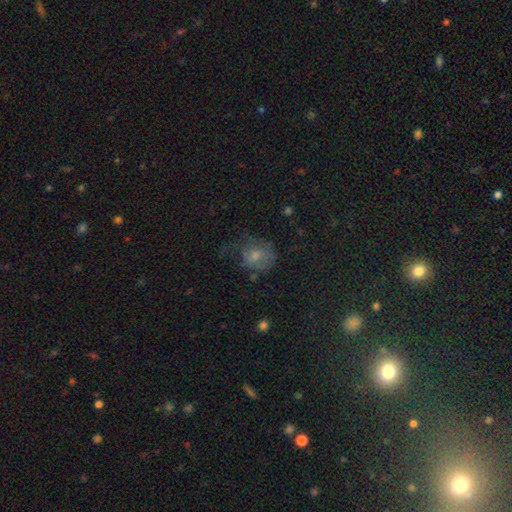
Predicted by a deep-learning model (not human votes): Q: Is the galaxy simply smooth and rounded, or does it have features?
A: smooth — 59%.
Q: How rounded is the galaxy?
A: round — 62%.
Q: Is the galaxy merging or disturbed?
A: none — 40%.